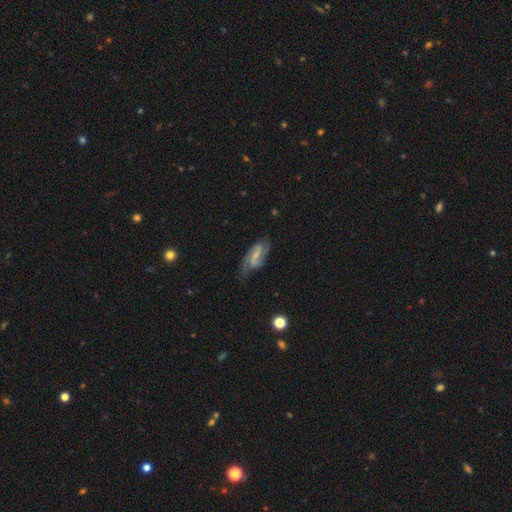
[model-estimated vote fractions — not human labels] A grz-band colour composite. It shows a featured or disk galaxy (73%) with a weak bar (47%), 2 (83%) medium (46%) spiral arms (92%) and a small central bulge (53%). Merging: none (63%).